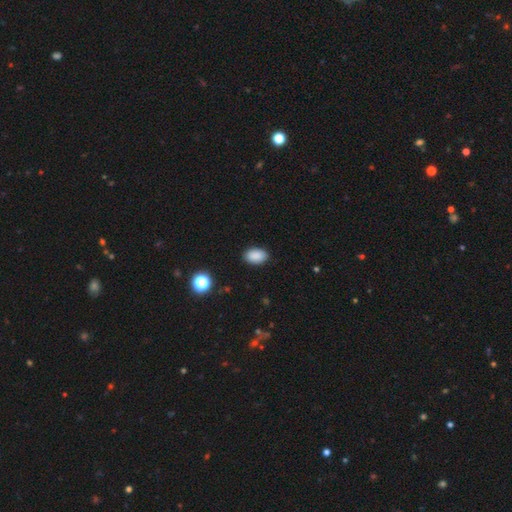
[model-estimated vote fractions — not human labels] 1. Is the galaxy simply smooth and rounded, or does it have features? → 88% smooth, 9% star or artifact, 3% featured or disk.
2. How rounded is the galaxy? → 89% in between, 10% round, 1% cigar-shaped.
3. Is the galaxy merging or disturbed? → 88% none, 8% minor disturbance, 2% major disturbance, 1% merger.